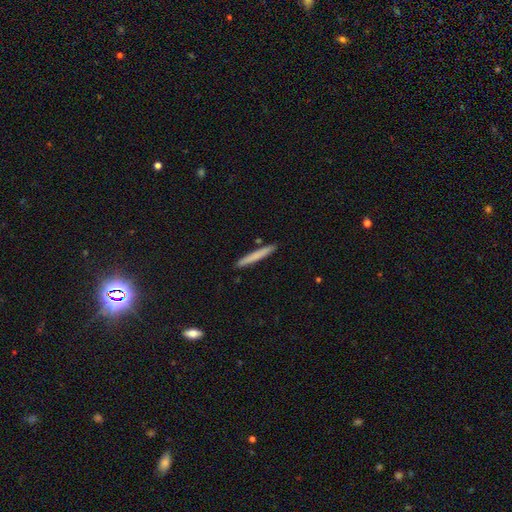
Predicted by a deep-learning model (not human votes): Q: Smooth or featured?
A: smooth (72%); runner-up: featured or disk (22%)
Q: How rounded?
A: cigar-shaped (96%); runner-up: in between (2%)
Q: Merging?
A: none (90%); runner-up: minor disturbance (7%)